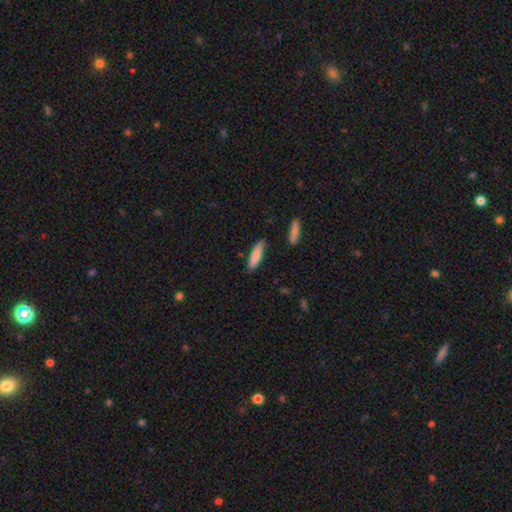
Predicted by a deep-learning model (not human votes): smooth_or_featured: smooth (p=0.83) [alt: featured or disk p=0.11]
how_rounded: cigar-shaped (p=0.68) [alt: in between p=0.30]
merging: none (p=0.85) [alt: minor disturbance p=0.10]